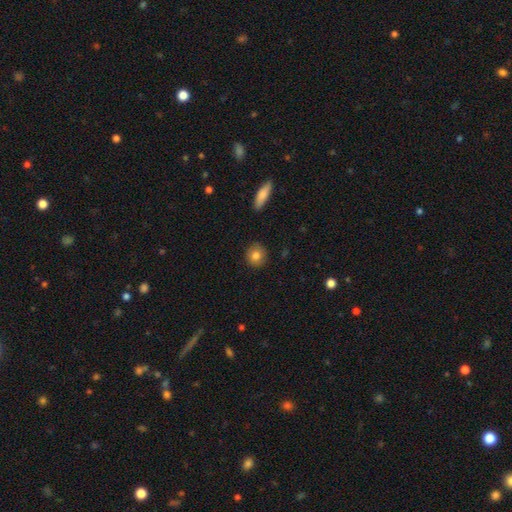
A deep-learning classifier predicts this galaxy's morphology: Smooth or featured? Predicted: smooth (p=0.81). How rounded? Predicted: round (p=0.88). Merging? Predicted: none (p=0.89).